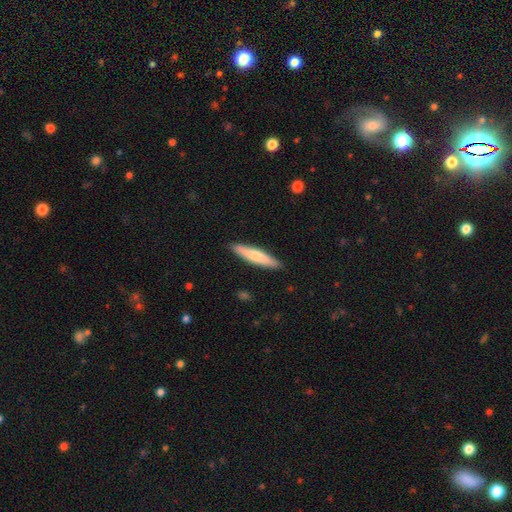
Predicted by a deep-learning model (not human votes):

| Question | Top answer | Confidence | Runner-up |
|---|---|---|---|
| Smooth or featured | smooth | 68% | featured or disk (27%) |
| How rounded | cigar-shaped | 86% | in between (12%) |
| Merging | none | 89% | minor disturbance (8%) |